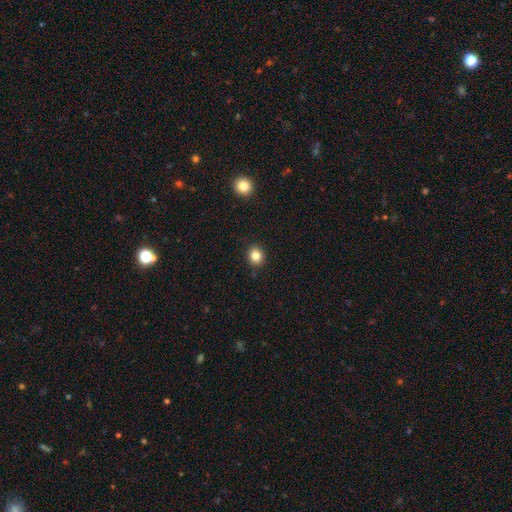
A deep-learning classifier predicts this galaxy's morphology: smooth-or-featured: smooth: 83% | star or artifact: 11% | featured or disk: 6%
  how-rounded: round: 78% | in between: 21% | cigar-shaped: 1%
  merging: none: 90% | minor disturbance: 7% | major disturbance: 2% | merger: 1%